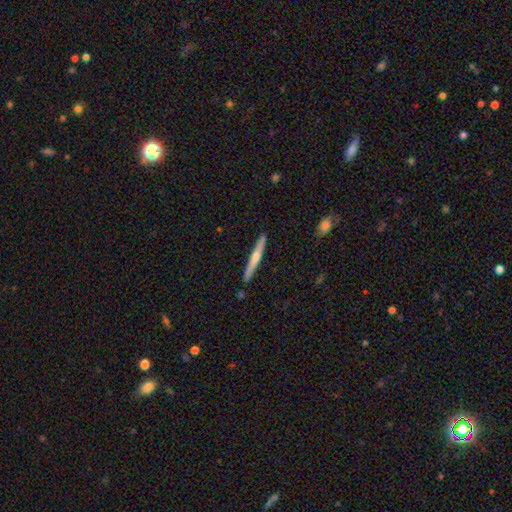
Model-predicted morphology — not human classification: This appears to be a featured or disk galaxy (68%) viewed edge-on (98%) with a rounded central bulge (85%). Merging: none (91%).